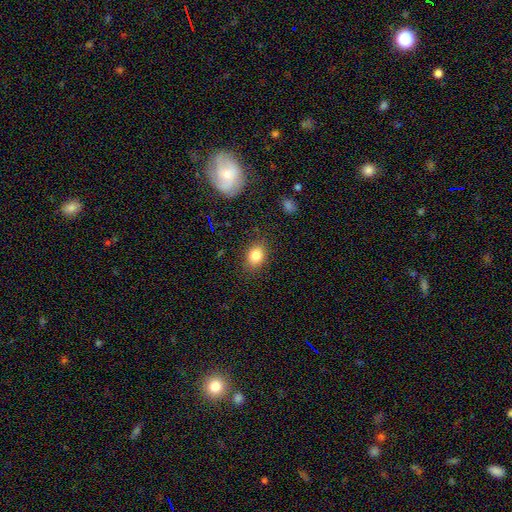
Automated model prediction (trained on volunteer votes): A smooth galaxy with no disk features (82%) that is in between round and cigar-shaped (62%).

Vote fractions:
- Smooth or featured? smooth: 82% / star or artifact: 10% / featured or disk: 7%
- How rounded? in between: 62% / round: 37% / cigar-shaped: 1%
- Merging? none: 84% / minor disturbance: 11% / major disturbance: 3% / merger: 1%